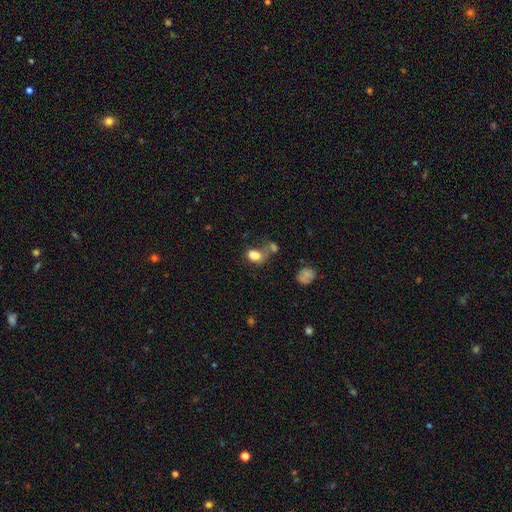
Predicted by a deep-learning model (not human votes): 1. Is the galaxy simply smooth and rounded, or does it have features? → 80% smooth, 11% star or artifact, 9% featured or disk.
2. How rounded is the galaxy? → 75% in between, 24% round, 1% cigar-shaped.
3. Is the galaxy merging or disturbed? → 37% none, 32% merger, 18% minor disturbance, 13% major disturbance.